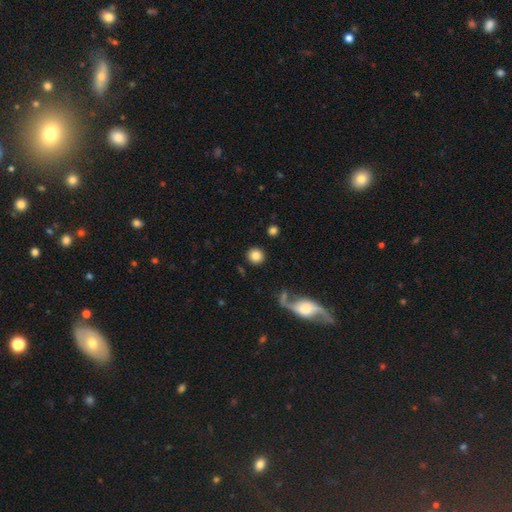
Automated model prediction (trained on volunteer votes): Morphology: type=smooth (83%); roundness=round (93%); merging=none (87%).